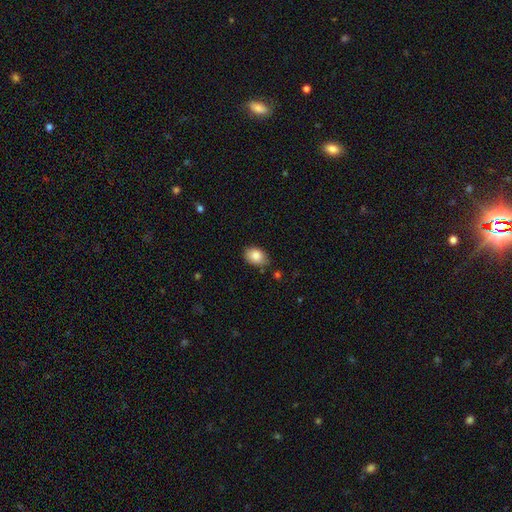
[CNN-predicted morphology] Smooth or featured? Predicted: smooth (p=0.87). How rounded? Predicted: in between (p=0.80). Merging? Predicted: none (p=0.78).